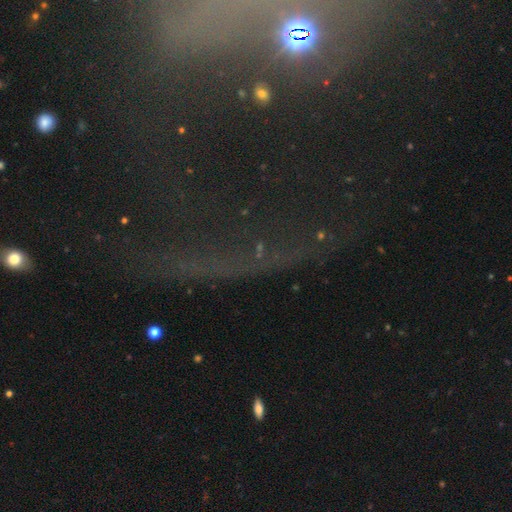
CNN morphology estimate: The model was most divided on "smooth or featured": star or artifact: 66%, featured or disk: 19%, smooth: 16%.